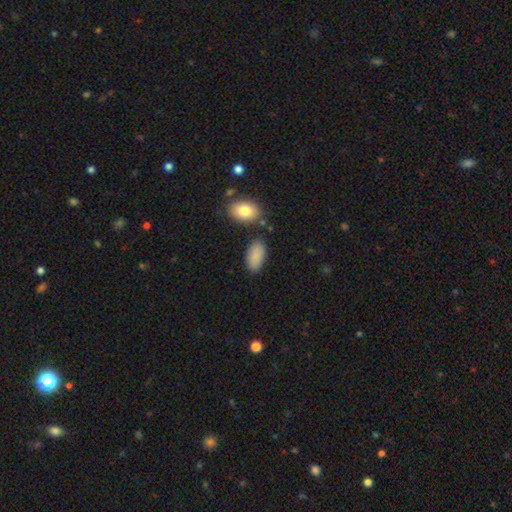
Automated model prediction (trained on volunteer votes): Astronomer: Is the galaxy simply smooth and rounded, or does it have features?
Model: smooth — 86%.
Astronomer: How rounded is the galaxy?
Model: in between — 94%.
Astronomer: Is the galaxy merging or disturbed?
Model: none — 78%.